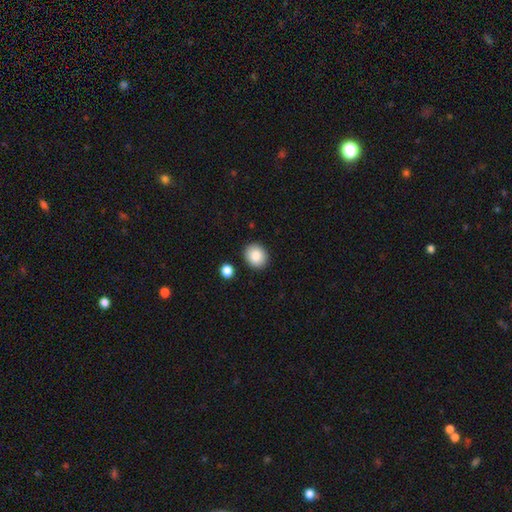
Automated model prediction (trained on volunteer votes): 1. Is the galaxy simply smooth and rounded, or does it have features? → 88% smooth, 8% star or artifact, 5% featured or disk.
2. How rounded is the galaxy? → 65% round, 34% in between, 1% cigar-shaped.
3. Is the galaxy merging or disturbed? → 88% none, 7% minor disturbance, 3% merger, 2% major disturbance.